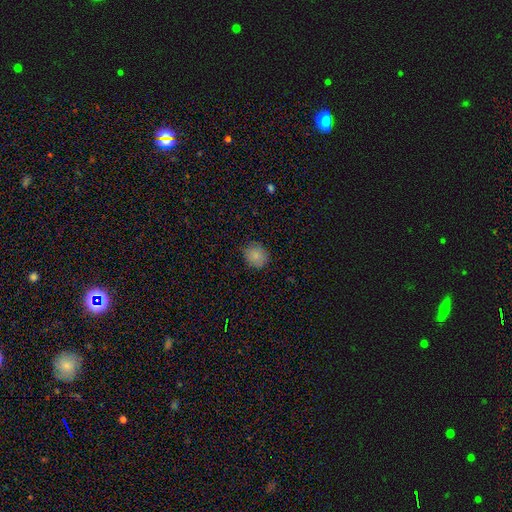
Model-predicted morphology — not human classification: Overall: smooth (83%). How rounded: round (77%). Merging: none (84%).